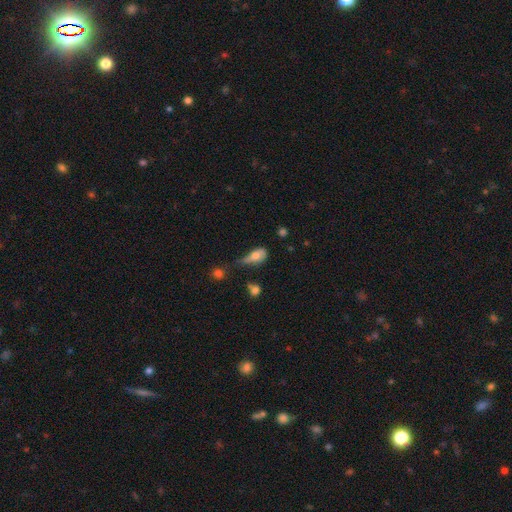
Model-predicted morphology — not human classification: smooth_or_featured: smooth (p=0.66) [alt: featured or disk p=0.25]
how_rounded: in between (p=0.81) [alt: round p=0.10]
merging: minor disturbance (p=0.35) [alt: major disturbance p=0.34]